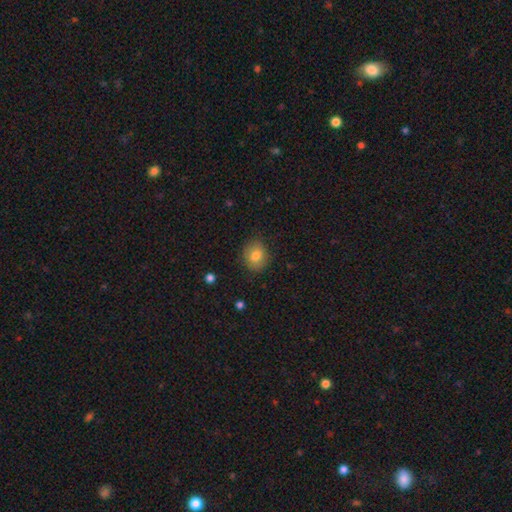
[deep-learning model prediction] A smooth galaxy with no disk features (80%) that is round (65%). Merging: none (84%).